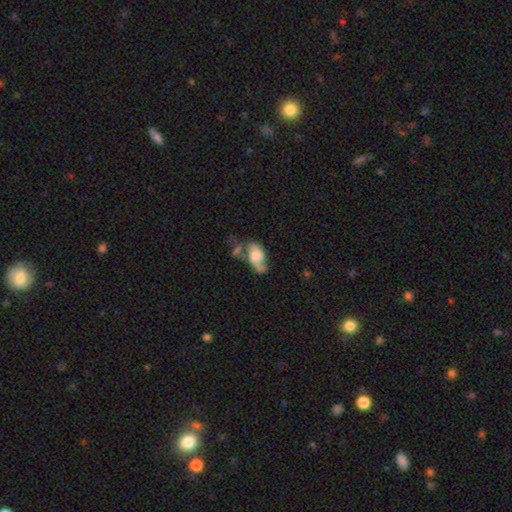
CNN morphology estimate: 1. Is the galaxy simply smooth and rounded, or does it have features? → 52% featured or disk, 40% smooth, 8% star or artifact.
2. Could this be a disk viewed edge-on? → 92% no, 8% yes.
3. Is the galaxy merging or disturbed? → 31% none, 27% merger, 22% minor disturbance, 20% major disturbance.